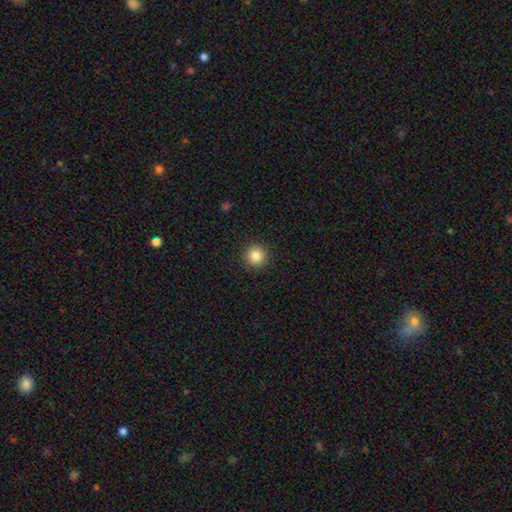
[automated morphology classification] A smooth galaxy with no disk features (85%) that is round (95%).

Vote fractions:
- Smooth or featured? smooth: 85% / star or artifact: 11% / featured or disk: 4%
- How rounded? round: 95% / in between: 4% / cigar-shaped: 1%
- Merging? none: 92% / minor disturbance: 5% / major disturbance: 2% / merger: 1%